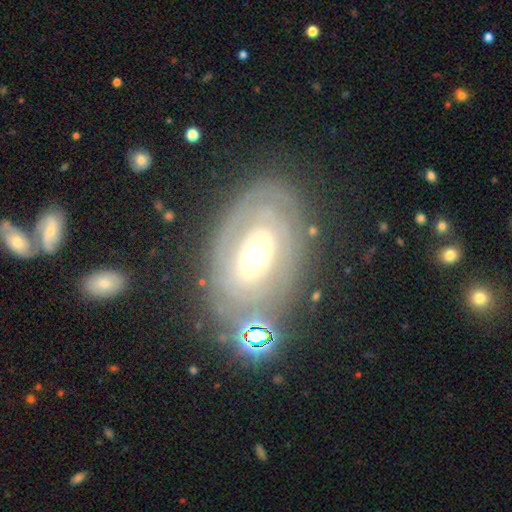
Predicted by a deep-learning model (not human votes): A featured or disk galaxy (75%) with no bar (67%), spiral arms (63%) and a moderate central bulge (63%).

Vote fractions:
- Smooth or featured? featured or disk: 75% / smooth: 19% / star or artifact: 7%
- Edge-on disk? no: 93% / yes: 7%
- Bar? no: 67% / weak: 23% / strong: 10%
- Spiral arms? yes: 63% / no: 37%
- Bulge size? moderate: 63% / small: 22% / large: 13% / dominant: 2% / none: 1%
- Merging? none: 72% / minor disturbance: 15% / major disturbance: 8% / merger: 5%